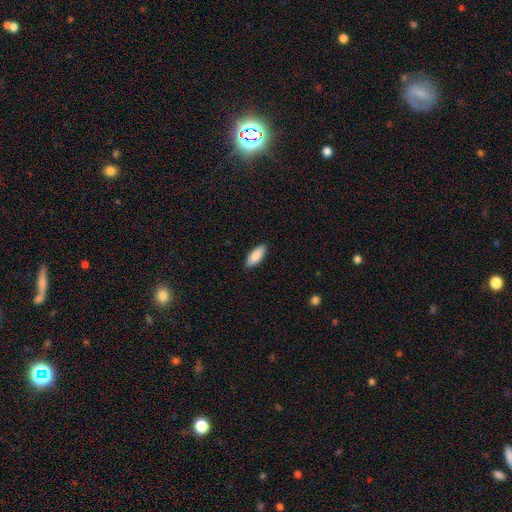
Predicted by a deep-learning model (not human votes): Morphology: type=smooth (89%); roundness=in between (80%); merging=none (89%).